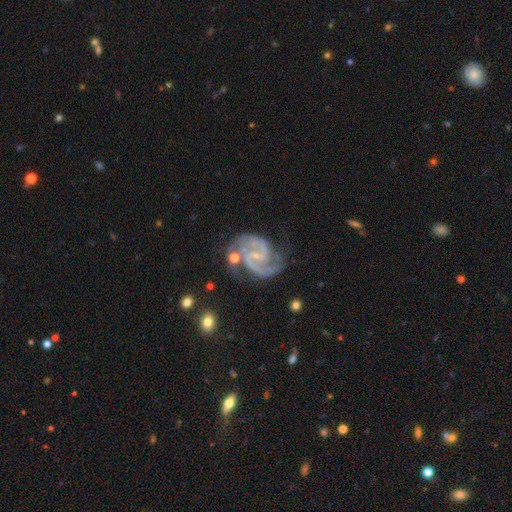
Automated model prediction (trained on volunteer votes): Smooth or featured? Predicted: featured or disk (p=0.92). Edge-on disk? Predicted: no (p=0.98). Bar? Predicted: weak (p=0.46). Spiral arms? Predicted: yes (p=0.98). Spiral winding? Predicted: medium (p=0.59). Spiral arm count? Predicted: 2 (p=0.83). Bulge size? Predicted: small (p=0.76). Merging? Predicted: none (p=0.63).